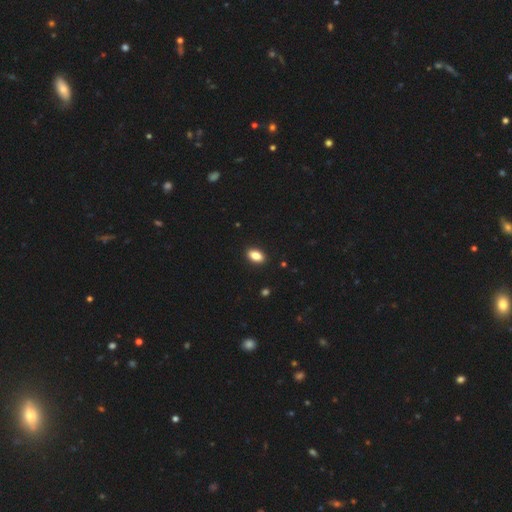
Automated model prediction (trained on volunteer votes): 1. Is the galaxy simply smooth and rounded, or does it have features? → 86% smooth, 8% star or artifact, 6% featured or disk.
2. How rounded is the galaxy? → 91% in between, 6% round, 3% cigar-shaped.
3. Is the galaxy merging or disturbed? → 91% none, 7% minor disturbance, 2% major disturbance, 1% merger.